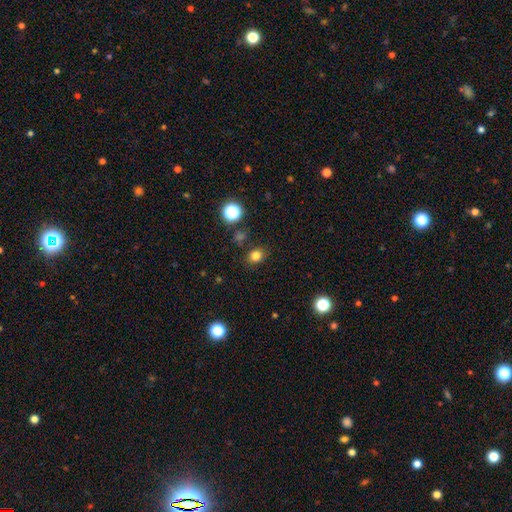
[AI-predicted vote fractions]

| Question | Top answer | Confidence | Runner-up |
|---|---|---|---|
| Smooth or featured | smooth | 79% | star or artifact (15%) |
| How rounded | round | 61% | in between (38%) |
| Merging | none | 85% | minor disturbance (9%) |